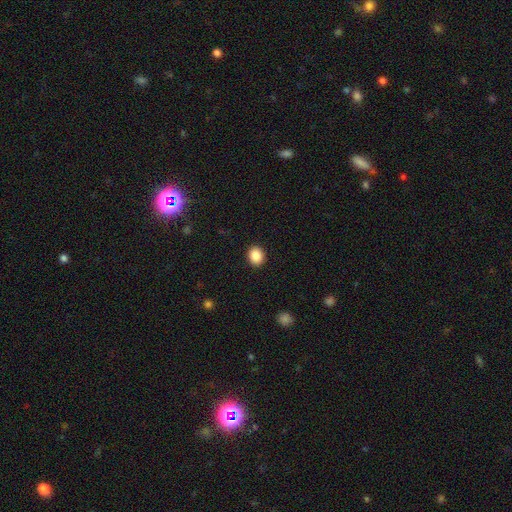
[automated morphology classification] This is clearly a smooth galaxy (88%). How rounded: likely round (69%). Merging: clearly none (92%).